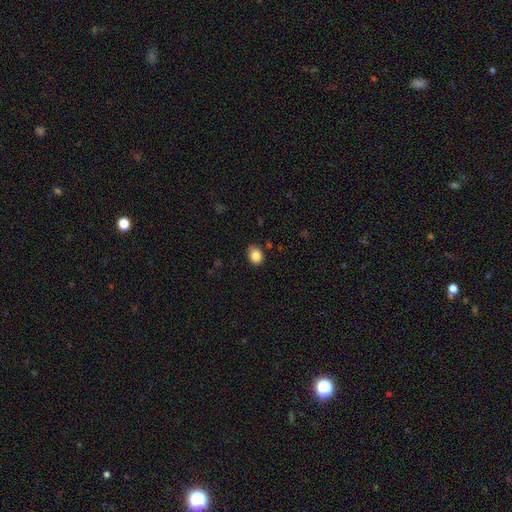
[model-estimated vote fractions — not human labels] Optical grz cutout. It shows a smooth galaxy with no disk features (85%) that is in between round and cigar-shaped (52%). Merging: none (78%).